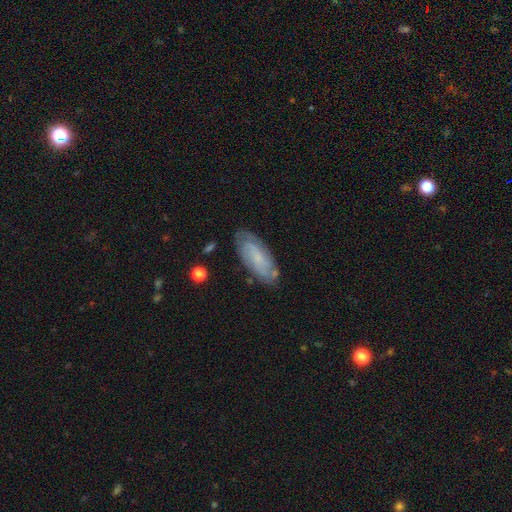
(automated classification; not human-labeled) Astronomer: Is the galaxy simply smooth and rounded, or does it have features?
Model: featured or disk — 60%.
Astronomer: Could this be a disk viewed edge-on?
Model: no — 89%.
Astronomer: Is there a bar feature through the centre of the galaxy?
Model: no — 60%.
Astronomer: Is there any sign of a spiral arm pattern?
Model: yes — 87%.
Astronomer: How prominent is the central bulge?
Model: small — 64%.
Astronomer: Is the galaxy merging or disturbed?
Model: none — 78%.